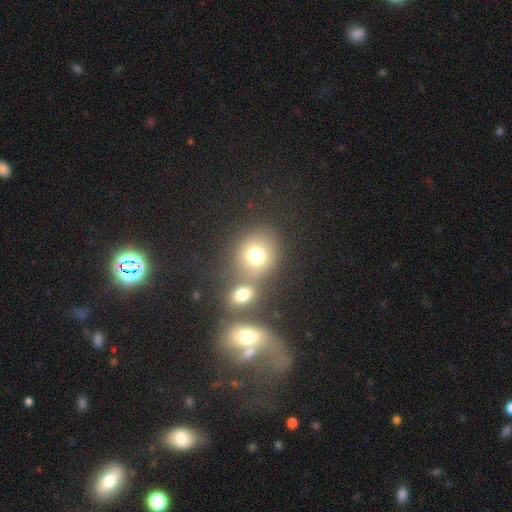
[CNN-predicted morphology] Smooth or featured? Predicted: smooth (p=0.75). How rounded? Predicted: round (p=0.77). Merging? Predicted: none (p=0.54).